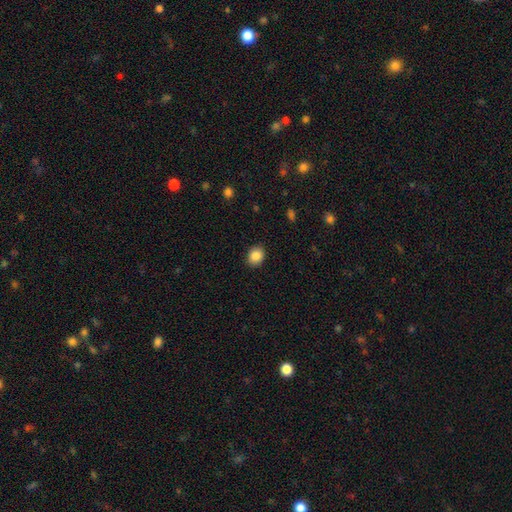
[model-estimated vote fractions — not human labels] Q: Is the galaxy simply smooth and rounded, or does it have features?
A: smooth — 87%.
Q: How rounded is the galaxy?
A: round — 56%.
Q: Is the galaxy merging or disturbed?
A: none — 89%.